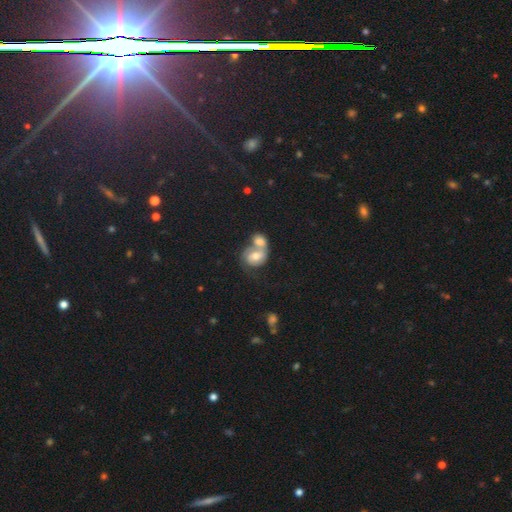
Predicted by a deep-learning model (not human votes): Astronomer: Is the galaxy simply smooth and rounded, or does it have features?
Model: smooth — 49% (runner-up: featured or disk, 44%).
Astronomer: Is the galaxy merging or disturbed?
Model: merger — 74%.